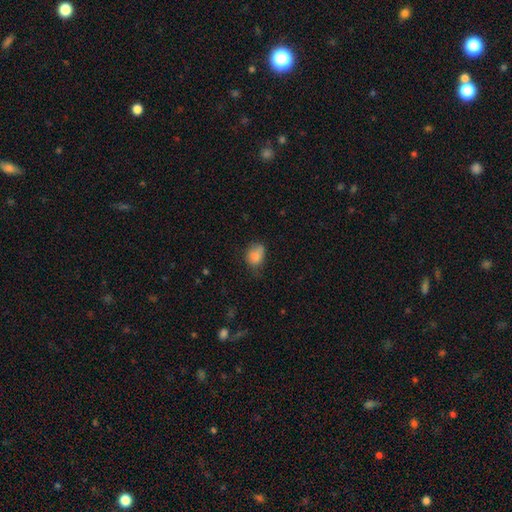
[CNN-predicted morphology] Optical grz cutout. It shows a smooth galaxy with no disk features (83%) that is in between round and cigar-shaped (65%). Merging: none (50%).